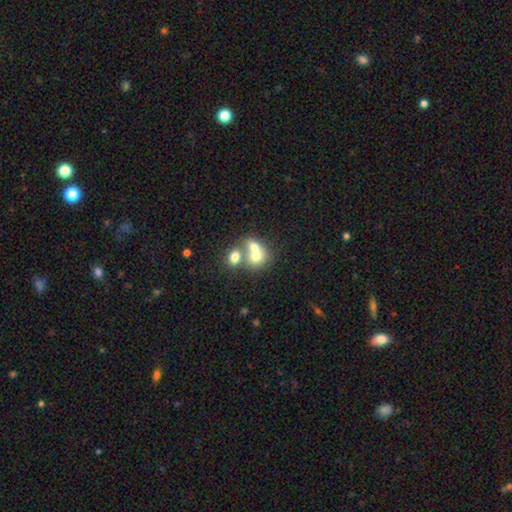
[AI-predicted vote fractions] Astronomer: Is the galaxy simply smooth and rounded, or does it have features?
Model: smooth — 67%.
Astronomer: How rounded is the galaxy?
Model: round — 55% (runner-up: in between, 44%).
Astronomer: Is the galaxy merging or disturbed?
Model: merger — 67%.